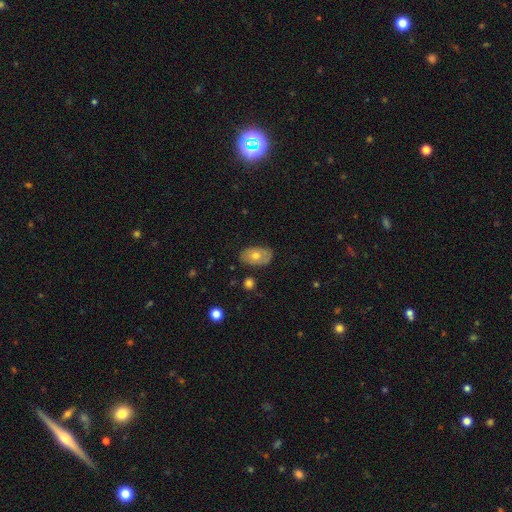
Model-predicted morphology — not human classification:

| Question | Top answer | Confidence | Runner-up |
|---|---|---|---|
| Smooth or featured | smooth | 62% | featured or disk (31%) |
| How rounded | in between | 90% | round (9%) |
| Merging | none | 77% | minor disturbance (17%) |